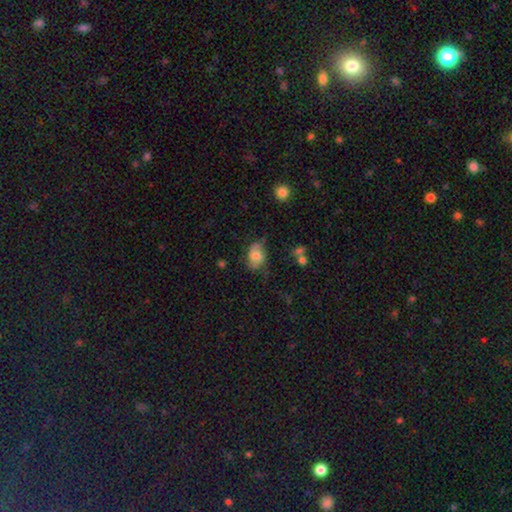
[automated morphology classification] Q: Smooth or featured?
A: smooth (58%); runner-up: featured or disk (34%)
Q: How rounded?
A: in between (81%); runner-up: round (18%)
Q: Merging?
A: none (59%); runner-up: minor disturbance (28%)